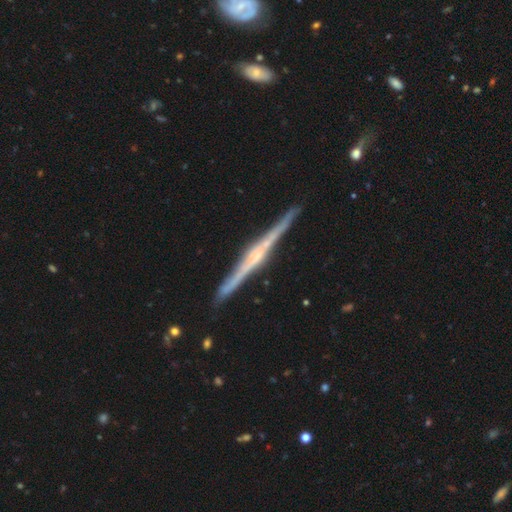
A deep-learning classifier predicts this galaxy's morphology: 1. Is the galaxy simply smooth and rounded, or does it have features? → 87% featured or disk, 8% smooth, 5% star or artifact.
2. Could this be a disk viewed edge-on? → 99% yes, 1% no.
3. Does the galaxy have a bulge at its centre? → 60% rounded, 26% boxy, 14% none.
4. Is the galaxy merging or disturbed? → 91% none, 6% minor disturbance, 1% merger, 1% major disturbance.